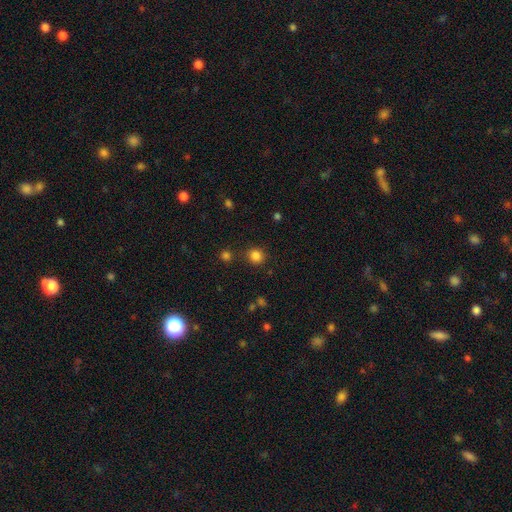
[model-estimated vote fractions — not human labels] Q: Smooth or featured?
A: smooth (83%); runner-up: star or artifact (13%)
Q: How rounded?
A: round (88%); runner-up: in between (11%)
Q: Merging?
A: none (84%); runner-up: minor disturbance (8%)